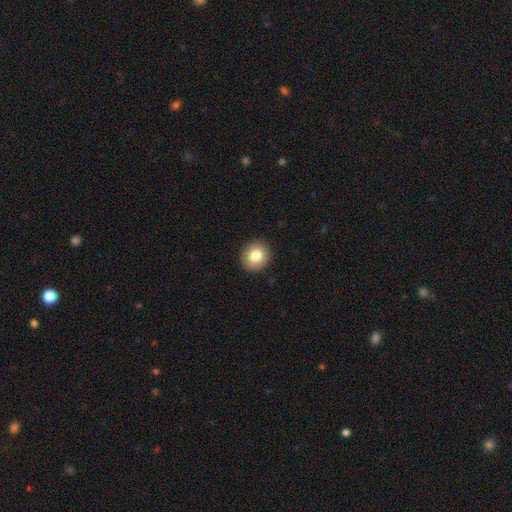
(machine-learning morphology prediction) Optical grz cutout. It shows a smooth galaxy with no disk features (81%) that is round (84%). Merging: none (92%).